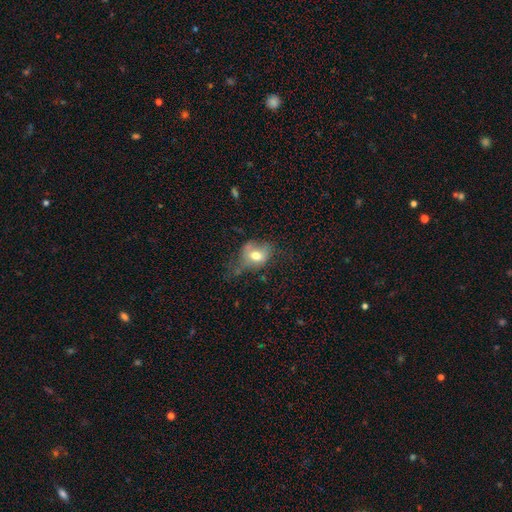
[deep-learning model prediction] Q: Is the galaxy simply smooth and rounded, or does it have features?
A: smooth — 64%.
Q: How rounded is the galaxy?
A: in between — 54%.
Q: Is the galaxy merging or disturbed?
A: none — 36%.